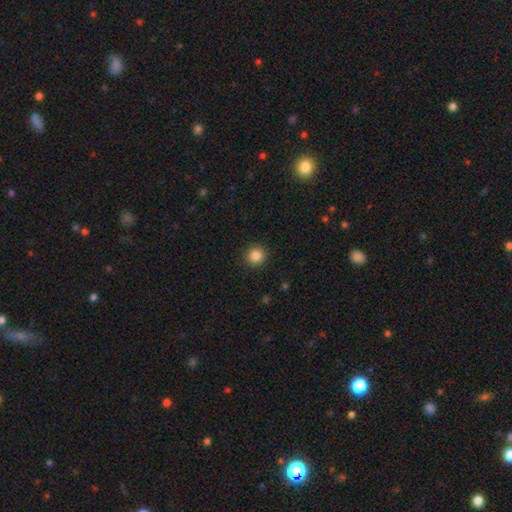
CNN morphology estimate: Smooth or featured? smooth (86%)
How rounded? round (92%)
Merging? none (91%)